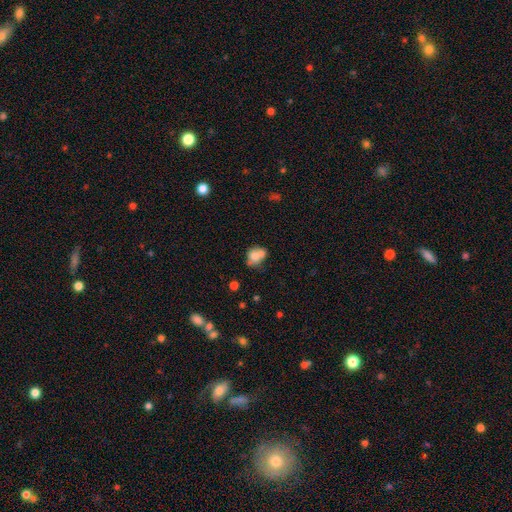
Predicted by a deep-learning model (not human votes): Smooth or featured? Predicted: smooth (p=0.69). How rounded? Predicted: round (p=0.56). Merging? Predicted: merger (p=0.45).